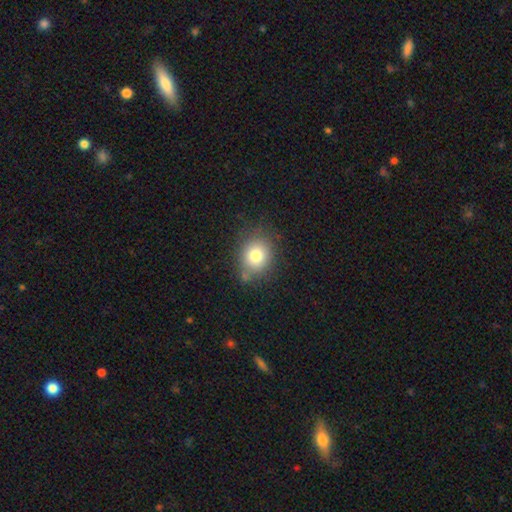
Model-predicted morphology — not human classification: type=smooth (78%); roundness=round (66%); merging=none (75%).